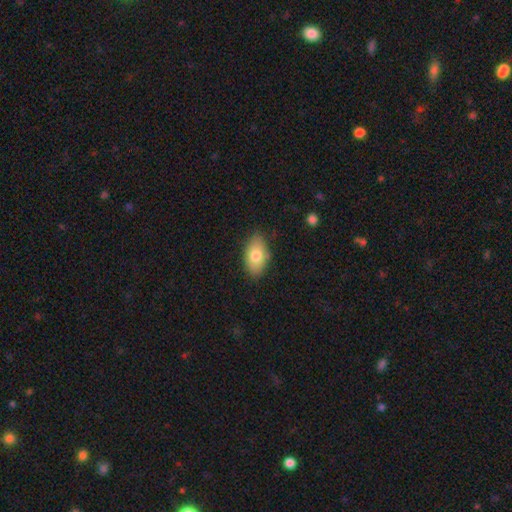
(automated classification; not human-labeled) Morphology: type=smooth (77%); roundness=in between (92%); merging=none (83%).